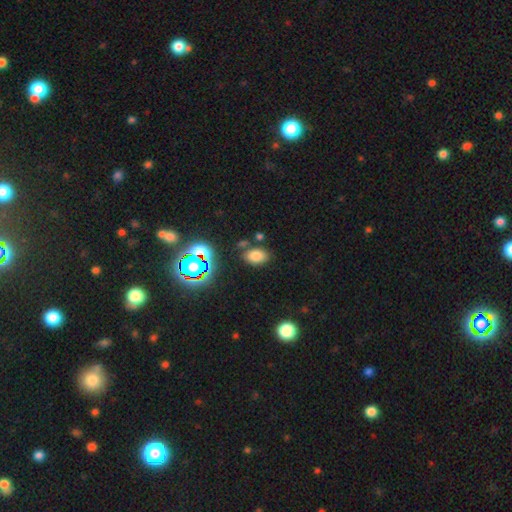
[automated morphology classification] This appears to be a smooth galaxy with no disk features (73%) that is in between round and cigar-shaped (83%). Merging: none (78%).